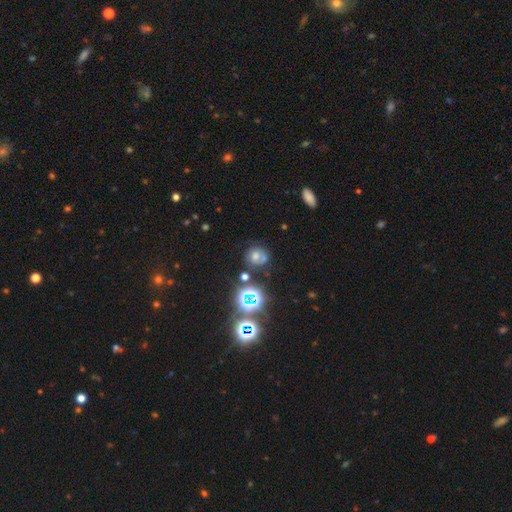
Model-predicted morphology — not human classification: Smooth or featured? Predicted: smooth (p=0.46). Merging? Predicted: none (p=0.59).